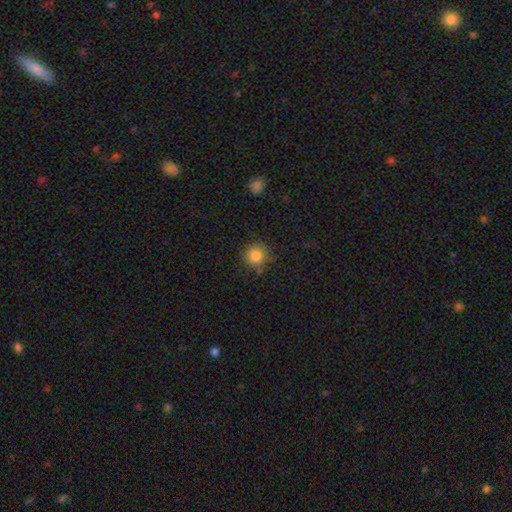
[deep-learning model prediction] Smooth or featured?
  - smooth: 84% *
  - star or artifact: 10%
  - featured or disk: 5%
How rounded?
  - round: 92% *
  - in between: 7%
  - cigar-shaped: 1%
Merging?
  - none: 79% *
  - minor disturbance: 14%
  - merger: 4%
  - major disturbance: 4%